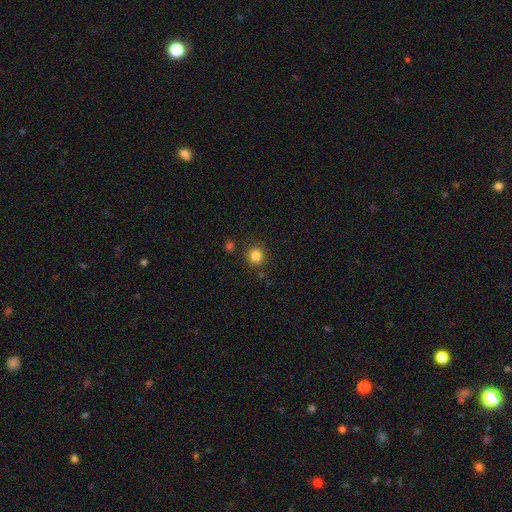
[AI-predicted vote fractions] Smooth or featured: smooth — 84% (star or artifact — 12%)
How rounded: round — 92% (in between — 7%)
Merging: none — 86% (minor disturbance — 8%)